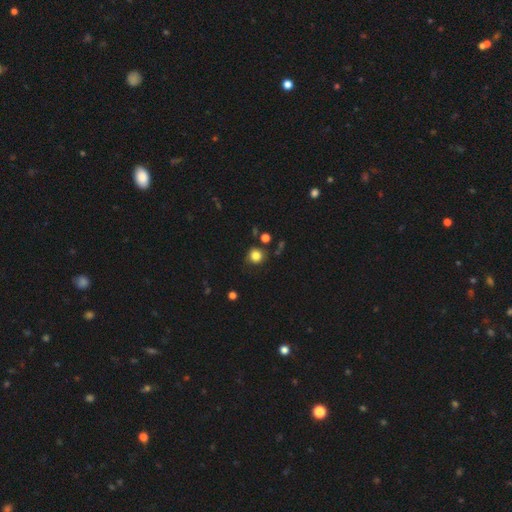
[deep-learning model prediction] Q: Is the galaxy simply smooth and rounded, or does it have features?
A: smooth — 82%.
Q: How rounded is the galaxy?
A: round — 88%.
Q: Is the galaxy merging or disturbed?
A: none — 78%.